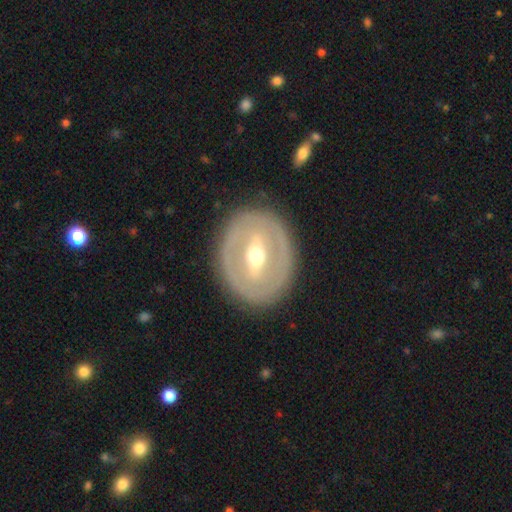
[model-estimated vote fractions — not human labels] Smooth or featured: featured or disk — 73% (smooth — 22%)
Edge-on disk: no — 92% (yes — 8%)
Bar: strong — 52% (weak — 32%)
Spiral arms: no — 71% (yes — 29%)
Bulge size: moderate — 69% (small — 24%)
Merging: none — 84% (minor disturbance — 10%)